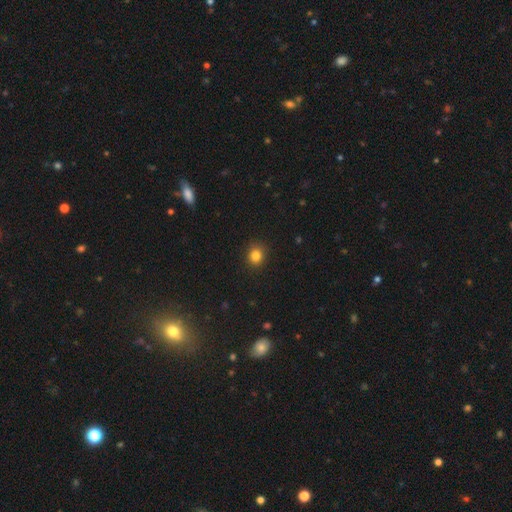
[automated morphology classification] The model was most divided on "how rounded": round: 77%, in between: 23%, cigar-shaped: 1%. More confident: merging — none (89%); smooth or featured — smooth (83%).